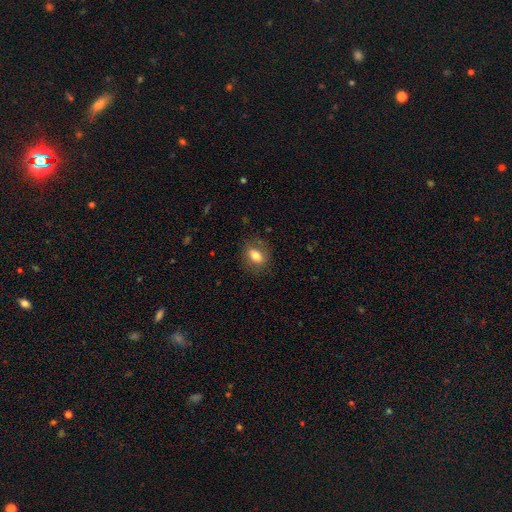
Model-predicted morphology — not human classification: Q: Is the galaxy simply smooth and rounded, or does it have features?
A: smooth — 75%.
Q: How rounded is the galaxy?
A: in between — 69%.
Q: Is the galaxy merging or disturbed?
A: none — 80%.